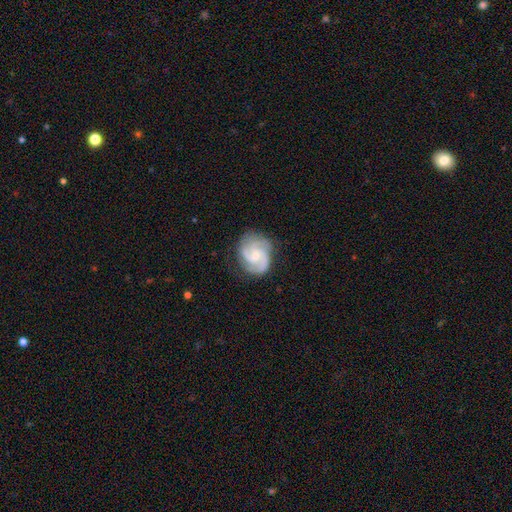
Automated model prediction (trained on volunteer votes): This is clearly a featured or disk galaxy (89%). It is clearly not viewed edge-on (98%). Bar: possibly no (57%). Spiral arm pattern: clearly yes (98%). Spiral arm count: possibly 3 (60%). Spiral winding: possibly medium (51%). Central bulge: likely small (64%). Merging: likely none (77%).